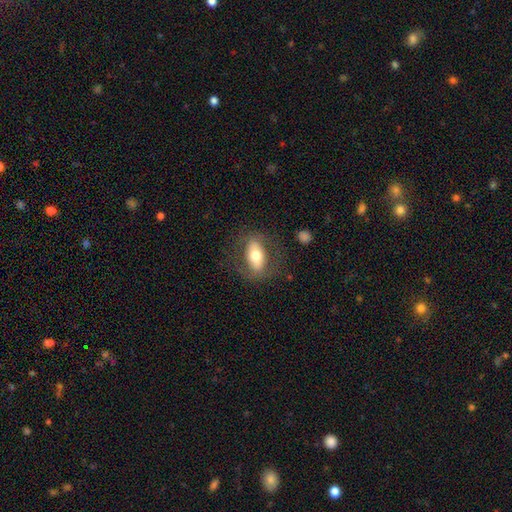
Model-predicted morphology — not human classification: smooth-or-featured: smooth: 54% | featured or disk: 40% | star or artifact: 6%
  how-rounded: in between: 84% | cigar-shaped: 9% | round: 8%
  merging: none: 75% | minor disturbance: 14% | major disturbance: 9% | merger: 1%